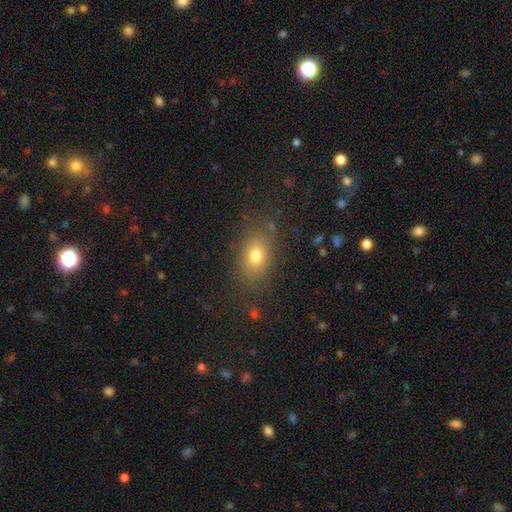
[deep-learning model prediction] This appears to be a smooth galaxy with no disk features (75%) that is in between round and cigar-shaped (77%). Merging: none (82%).